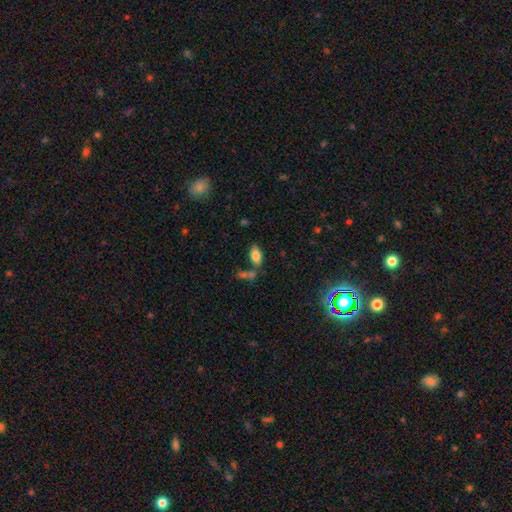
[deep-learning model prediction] The model was most divided on "merging": none: 65%, merger: 17%, minor disturbance: 14%, major disturbance: 5%. More confident: how rounded — in between (91%); smooth or featured — smooth (81%).